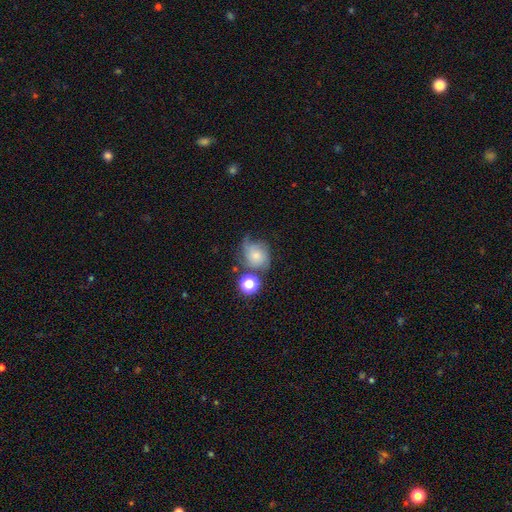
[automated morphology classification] Overall: smooth (51%; featured or disk 35%). How rounded: round (69%; in between 30%). Merging: none (41%; minor disturbance 28%).